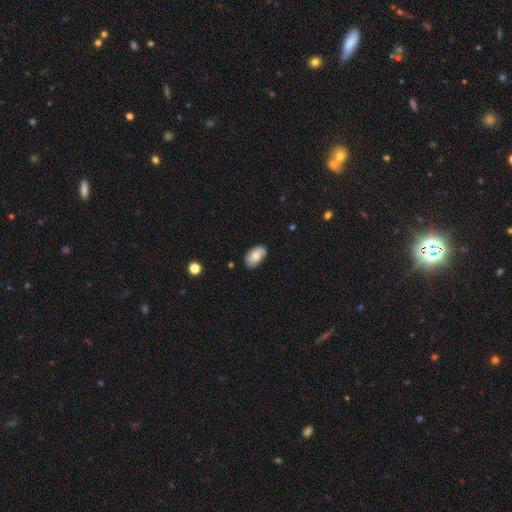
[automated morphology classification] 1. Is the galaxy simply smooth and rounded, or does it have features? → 66% smooth, 26% featured or disk, 7% star or artifact.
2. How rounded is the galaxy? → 92% in between, 6% round, 2% cigar-shaped.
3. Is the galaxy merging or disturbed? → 73% none, 22% minor disturbance, 4% major disturbance, 2% merger.